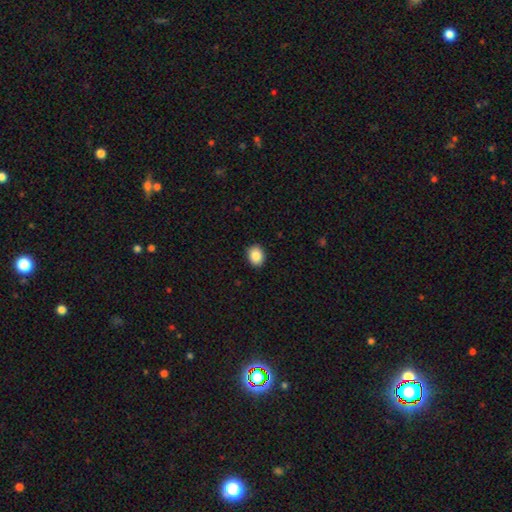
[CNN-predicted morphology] A smooth galaxy with no disk features (87%) that is round (51%). Merging: none (91%).